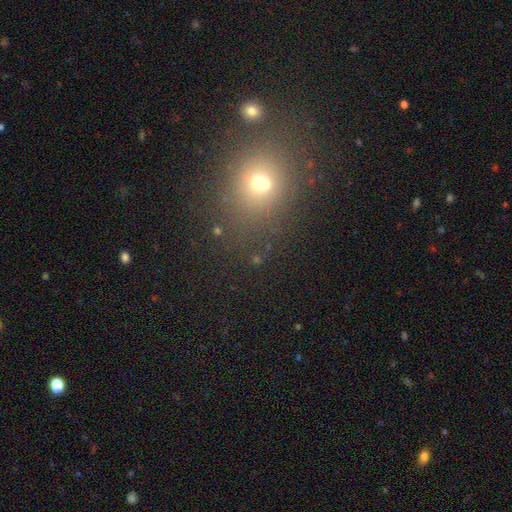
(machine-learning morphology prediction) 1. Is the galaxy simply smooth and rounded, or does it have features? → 53% smooth, 36% star or artifact, 10% featured or disk.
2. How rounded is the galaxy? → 67% round, 32% in between, 2% cigar-shaped.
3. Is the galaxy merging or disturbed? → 76% none, 10% minor disturbance, 8% merger, 6% major disturbance.